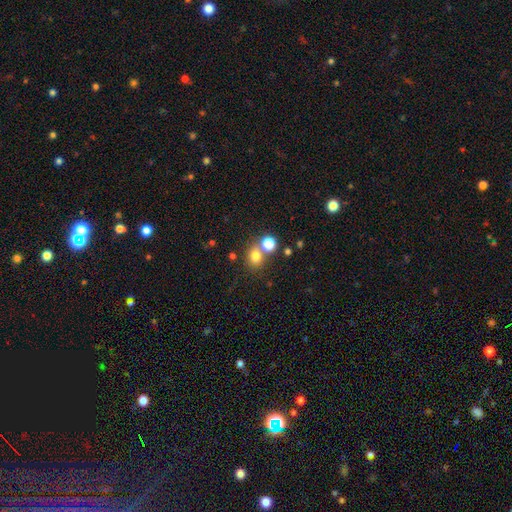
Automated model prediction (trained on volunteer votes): Q: Smooth or featured?
A: smooth (76%); runner-up: star or artifact (15%)
Q: How rounded?
A: round (73%); runner-up: in between (26%)
Q: Merging?
A: none (57%); runner-up: merger (31%)